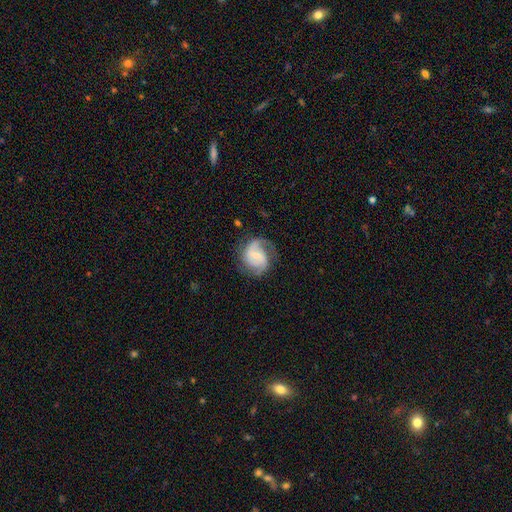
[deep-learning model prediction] featured or disk 81%, smooth 13%, star or artifact 5%. Down the decision tree: edge-on disk — no (98%); bar — weak (46%); spiral arms — yes (96%); spiral arm count — 2 (65%); spiral winding — medium (50%); bulge size — small (63%); merging — none (66%).